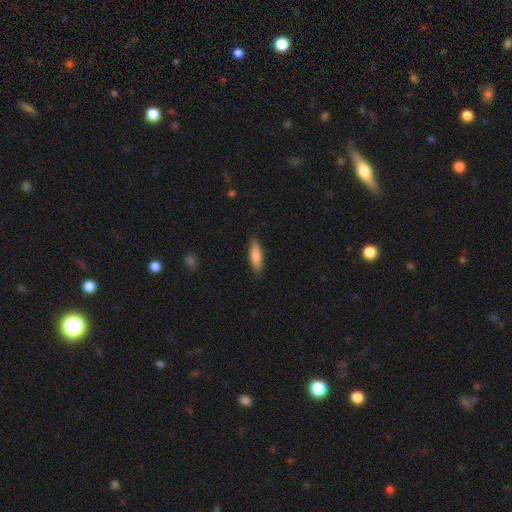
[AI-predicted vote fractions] Smooth or featured? Predicted: smooth (p=0.81). How rounded? Predicted: cigar-shaped (p=0.56). Merging? Predicted: none (p=0.87).